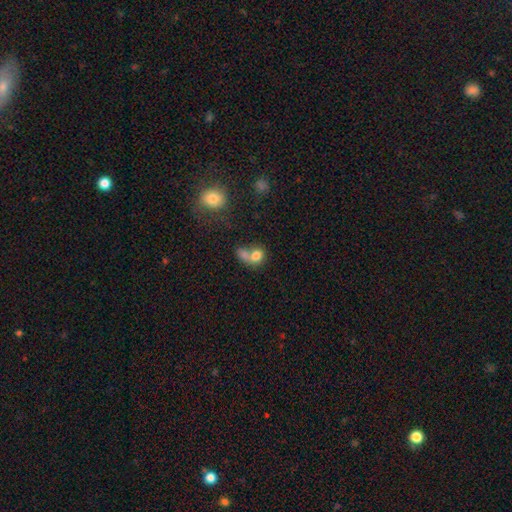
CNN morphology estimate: Smooth or featured? Predicted: smooth (p=0.74). How rounded? Predicted: round (p=0.55). Merging? Predicted: merger (p=0.59).